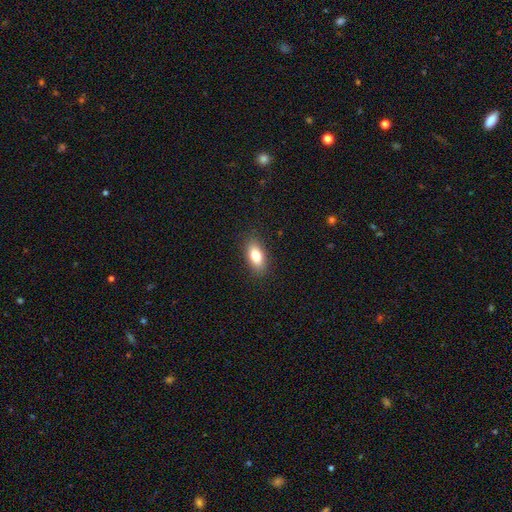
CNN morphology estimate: This is clearly a smooth galaxy (80%). How rounded: clearly in between (87%). Merging: clearly none (87%).